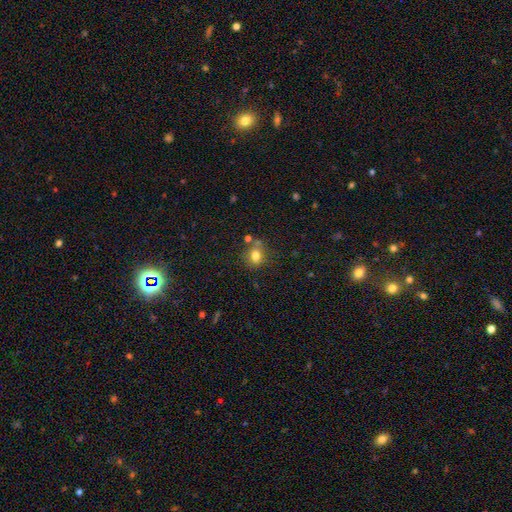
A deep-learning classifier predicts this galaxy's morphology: Smooth or featured? Predicted: smooth (p=0.78). How rounded? Predicted: round (p=0.60). Merging? Predicted: none (p=0.67).